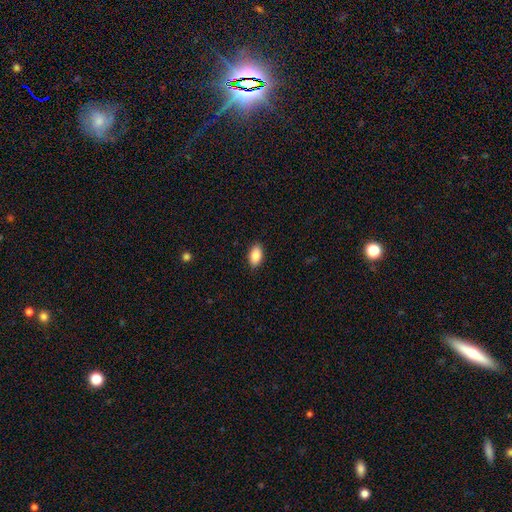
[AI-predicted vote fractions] A smooth galaxy with no disk features (87%) that is in between round and cigar-shaped (93%).

Vote fractions:
- Smooth or featured? smooth: 87% / star or artifact: 7% / featured or disk: 6%
- How rounded? in between: 93% / round: 4% / cigar-shaped: 3%
- Merging? none: 89% / minor disturbance: 8% / major disturbance: 2% / merger: 1%